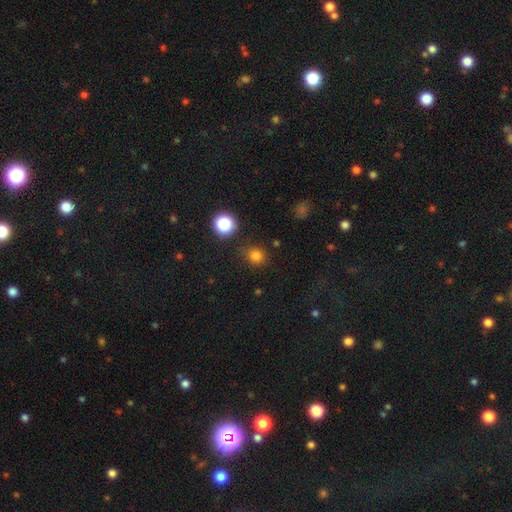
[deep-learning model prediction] This is likely a smooth galaxy (79%). How rounded: clearly round (87%). Merging: clearly none (83%).